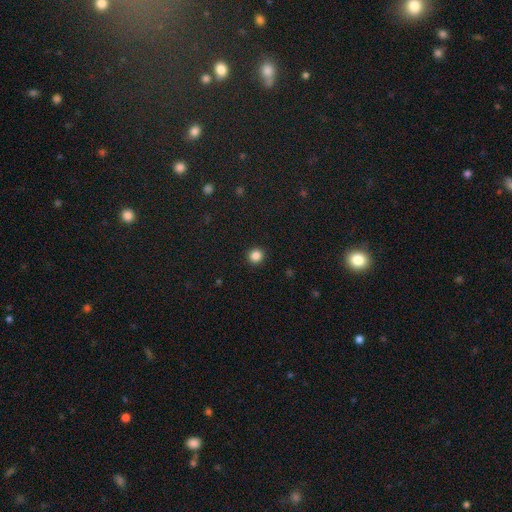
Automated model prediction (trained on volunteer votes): smooth 85%, star or artifact 12%, featured or disk 4%. Down the decision tree: how rounded — round (93%); merging — none (93%).